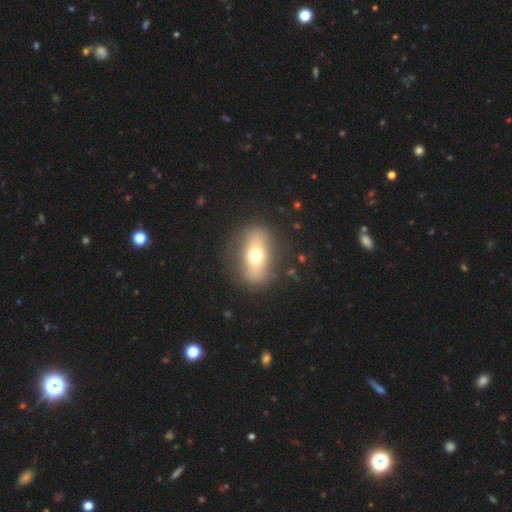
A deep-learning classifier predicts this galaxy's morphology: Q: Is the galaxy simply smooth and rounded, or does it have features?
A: smooth — 59%.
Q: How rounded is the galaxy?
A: in between — 75%.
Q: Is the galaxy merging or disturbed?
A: none — 84%.